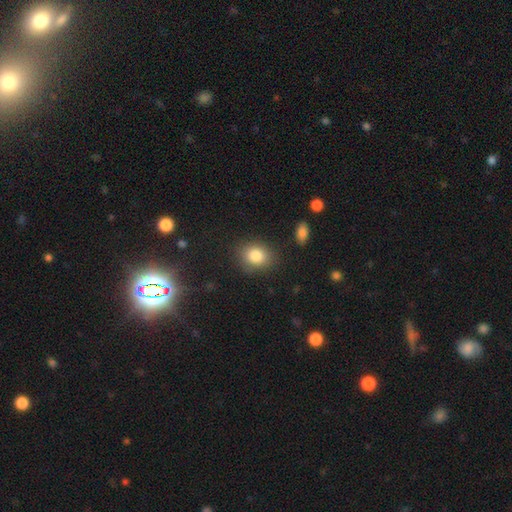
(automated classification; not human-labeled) This is clearly a smooth galaxy (84%). How rounded: possibly round (53%). Merging: clearly none (83%).